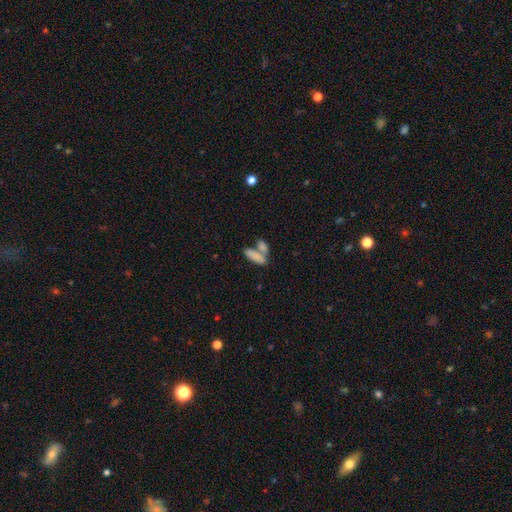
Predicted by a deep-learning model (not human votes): Smooth or featured?
  - smooth: 80% *
  - featured or disk: 12%
  - star or artifact: 7%
How rounded?
  - in between: 69% *
  - cigar-shaped: 27%
  - round: 4%
Merging?
  - merger: 53% *
  - none: 34%
  - minor disturbance: 9%
  - major disturbance: 4%